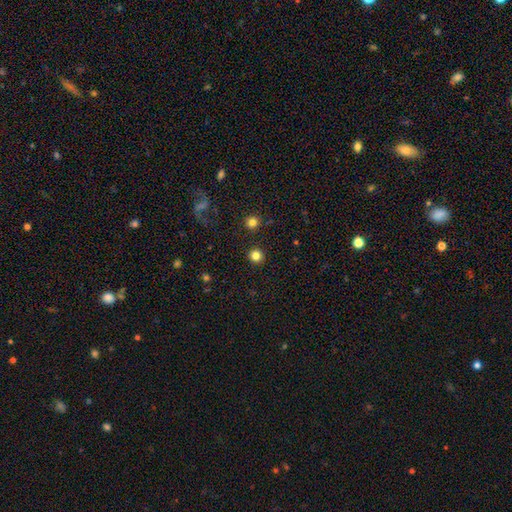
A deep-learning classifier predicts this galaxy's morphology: Smooth or featured? smooth (82%)
How rounded? round (95%)
Merging? none (92%)